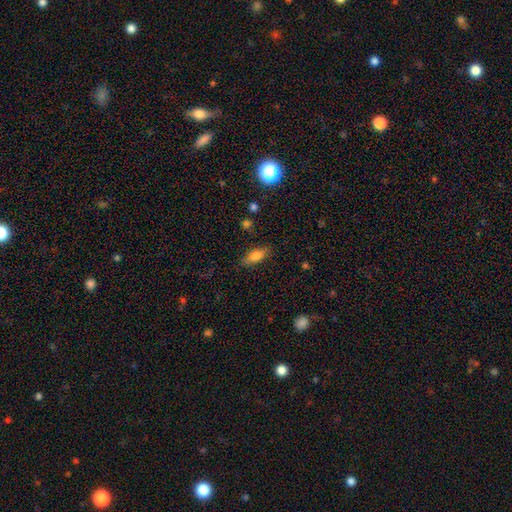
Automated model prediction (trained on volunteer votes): A smooth galaxy with no disk features (80%) that is in between round and cigar-shaped (79%). Merging: none (82%).